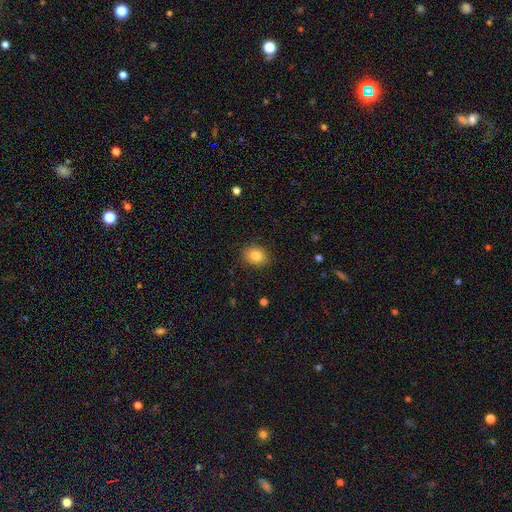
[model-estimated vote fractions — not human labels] Overall: smooth (84%). How rounded: round (51%; in between 49%). Merging: none (89%).